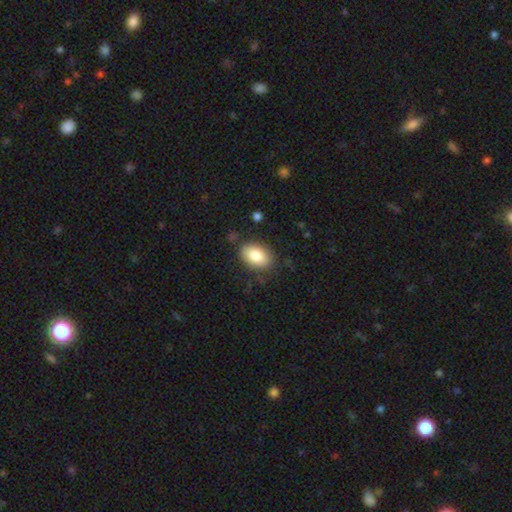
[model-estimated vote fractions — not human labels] Overall: smooth (84%). How rounded: in between (88%). Merging: none (80%).